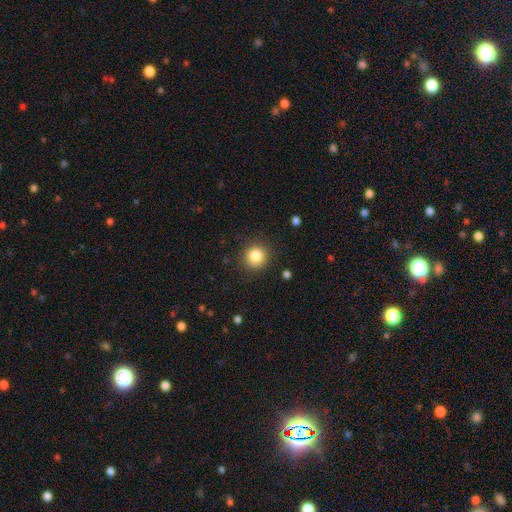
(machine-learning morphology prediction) smooth_or_featured: smooth (p=0.84) [alt: star or artifact p=0.11]
how_rounded: round (p=0.92) [alt: in between p=0.07]
merging: none (p=0.88) [alt: minor disturbance p=0.08]